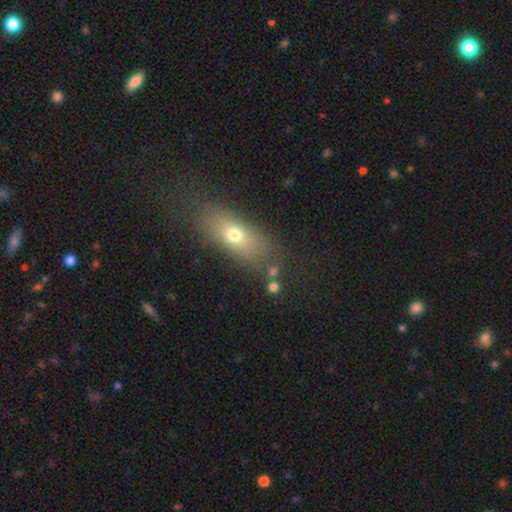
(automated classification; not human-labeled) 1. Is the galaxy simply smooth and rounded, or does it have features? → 60% smooth, 20% featured or disk, 20% star or artifact.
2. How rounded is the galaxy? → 64% in between, 26% cigar-shaped, 10% round.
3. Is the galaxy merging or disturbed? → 75% none, 14% minor disturbance, 6% major disturbance, 5% merger.